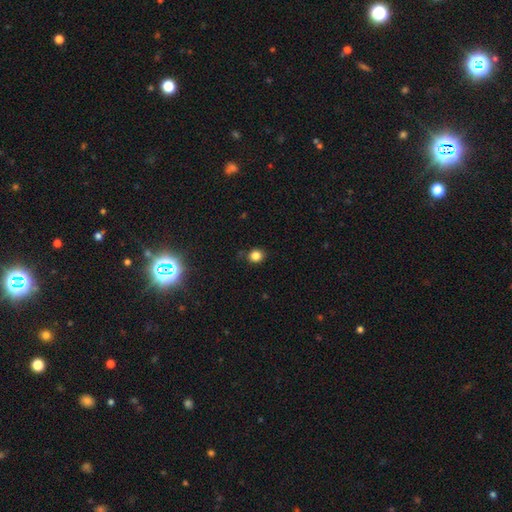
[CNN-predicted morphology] Smooth or featured: smooth — 82% (star or artifact — 13%)
How rounded: round — 82% (in between — 17%)
Merging: none — 85% (minor disturbance — 11%)